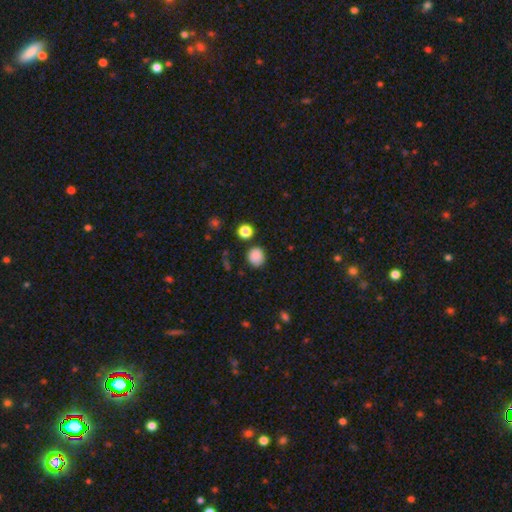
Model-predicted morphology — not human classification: The model was most divided on "how rounded": round: 79%, in between: 20%, cigar-shaped: 1%. More confident: smooth or featured — smooth (85%); merging — none (80%).